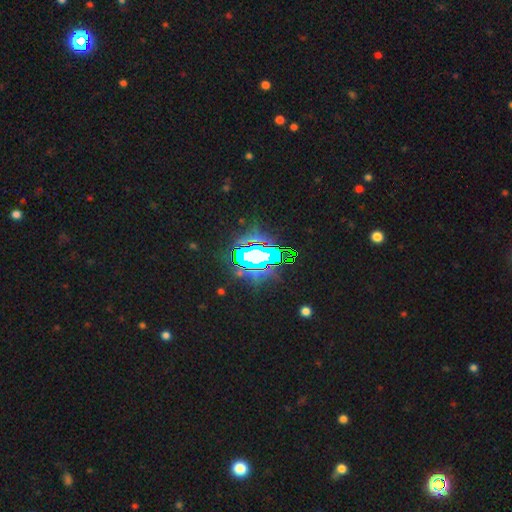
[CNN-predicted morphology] A star or artifact, not a galaxy (70%).